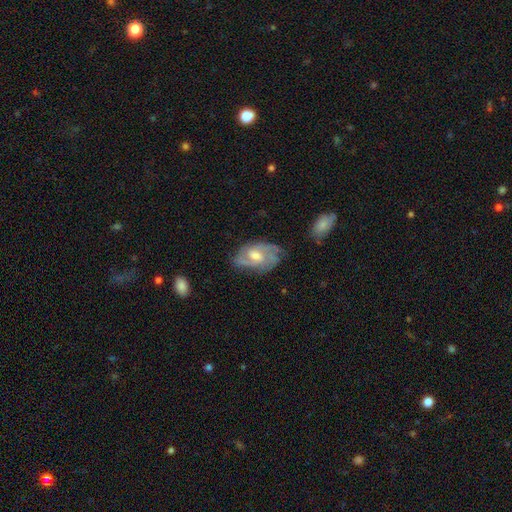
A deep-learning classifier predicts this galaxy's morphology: type=featured or disk (79%); edge-on=no (96%); bar=weak (48%); spiral arms=yes (92%); winding=medium (45%); arm count=2 (40%); bulge=moderate (65%); merging=none (66%).